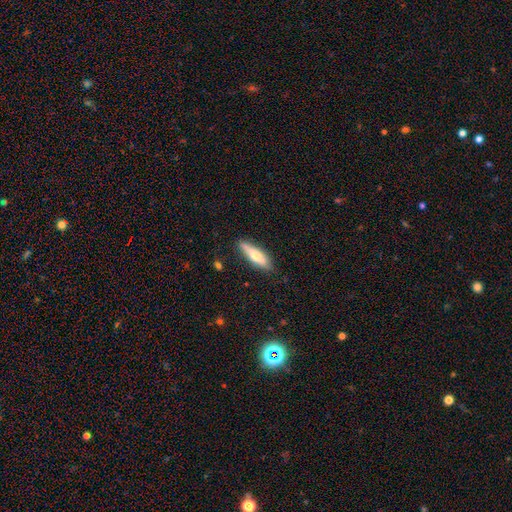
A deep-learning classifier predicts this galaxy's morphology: Smooth or featured?
  - smooth: 62% *
  - featured or disk: 32%
  - star or artifact: 6%
How rounded?
  - cigar-shaped: 62% *
  - in between: 36%
  - round: 2%
Merging?
  - none: 82% *
  - minor disturbance: 14%
  - major disturbance: 2%
  - merger: 2%